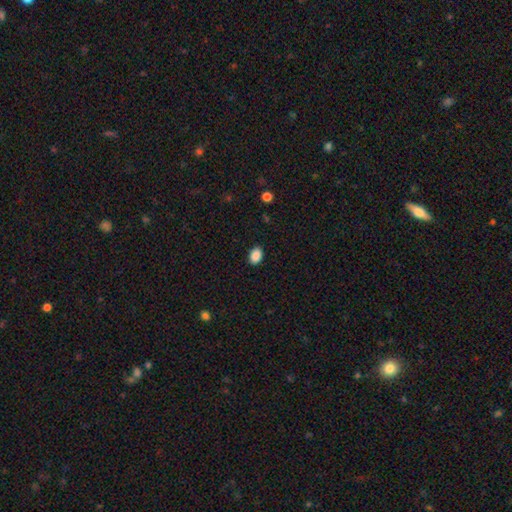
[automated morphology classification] Q: Smooth or featured?
A: smooth (89%); runner-up: star or artifact (8%)
Q: How rounded?
A: in between (80%); runner-up: round (19%)
Q: Merging?
A: none (89%); runner-up: minor disturbance (8%)